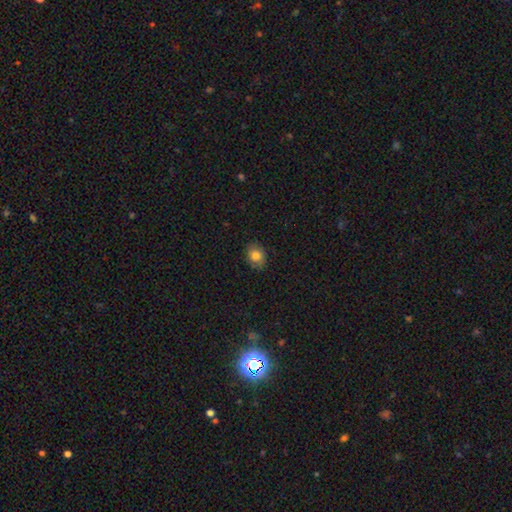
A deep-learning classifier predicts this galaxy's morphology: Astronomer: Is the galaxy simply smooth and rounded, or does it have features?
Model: smooth — 81%.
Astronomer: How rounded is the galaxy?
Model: in between — 50% (runner-up: round, 49%).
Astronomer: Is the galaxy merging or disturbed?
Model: none — 83%.